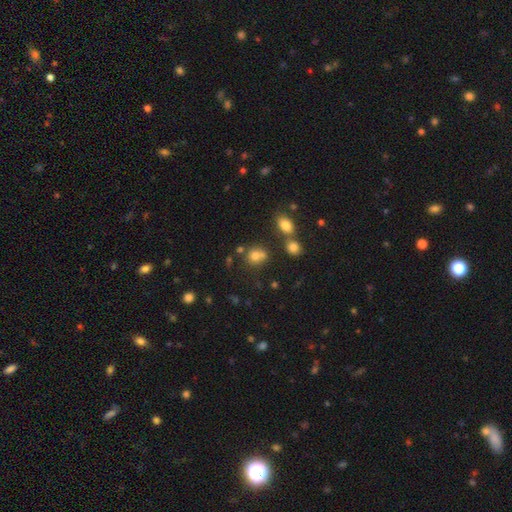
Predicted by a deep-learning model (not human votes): Smooth or featured: smooth — 72% (star or artifact — 17%)
How rounded: round — 72% (in between — 27%)
Merging: none — 48% (merger — 34%)